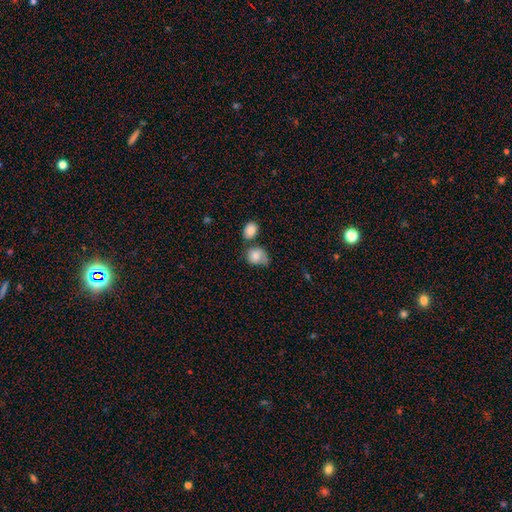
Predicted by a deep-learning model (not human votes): smooth 80%, featured or disk 12%, star or artifact 8%. Down the decision tree: how rounded — round (59%); merging — none (38%).